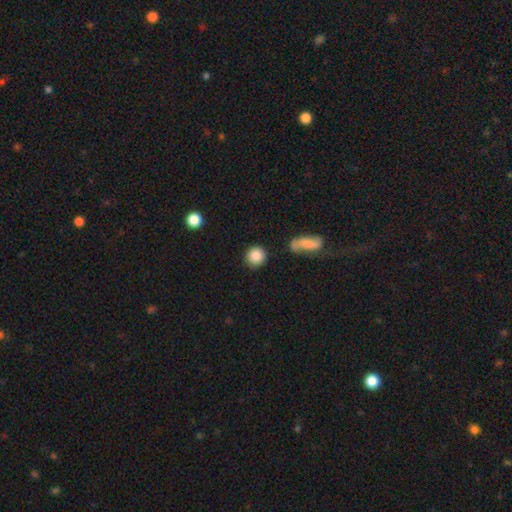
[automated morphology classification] Smooth or featured?
  - smooth: 85% *
  - star or artifact: 8%
  - featured or disk: 7%
How rounded?
  - round: 91% *
  - in between: 8%
  - cigar-shaped: 1%
Merging?
  - none: 86% *
  - minor disturbance: 8%
  - merger: 4%
  - major disturbance: 3%